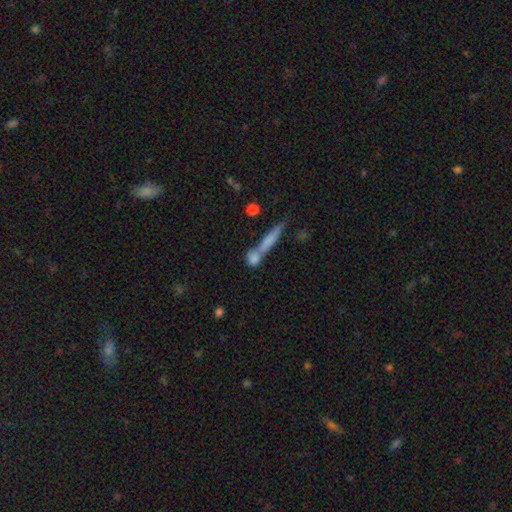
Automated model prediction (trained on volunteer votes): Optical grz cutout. It shows a smooth galaxy with no disk features (72%) that is round (40%). Merging: none (49%).